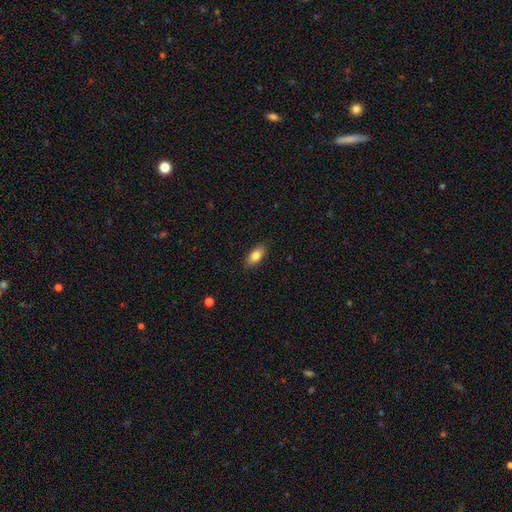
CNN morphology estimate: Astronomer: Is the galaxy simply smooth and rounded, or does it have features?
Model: smooth — 81%.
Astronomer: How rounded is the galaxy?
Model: in between — 87%.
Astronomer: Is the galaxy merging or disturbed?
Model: none — 87%.